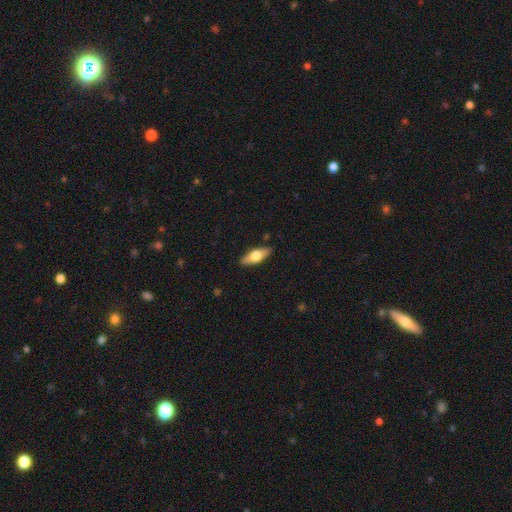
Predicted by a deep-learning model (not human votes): Smooth or featured: smooth — 52% (featured or disk — 42%)
How rounded: in between — 63% (cigar-shaped — 34%)
Merging: none — 88% (minor disturbance — 9%)